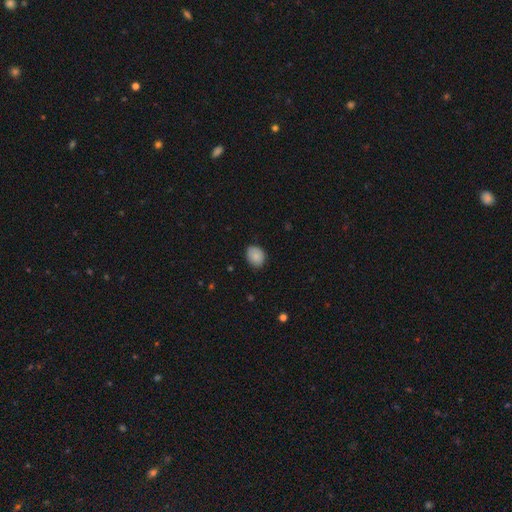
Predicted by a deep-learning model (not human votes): Overall: smooth (85%). How rounded: in between (54%; round 45%). Merging: none (83%).